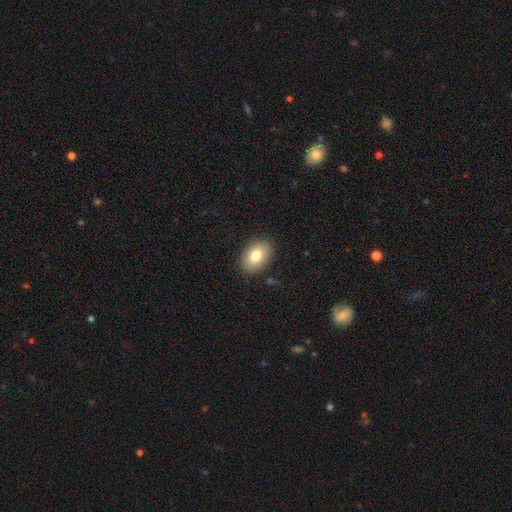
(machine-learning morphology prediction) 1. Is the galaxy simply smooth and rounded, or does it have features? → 80% smooth, 12% featured or disk, 8% star or artifact.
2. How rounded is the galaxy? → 87% in between, 12% round, 1% cigar-shaped.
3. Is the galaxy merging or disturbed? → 87% none, 10% minor disturbance, 2% major disturbance, 1% merger.